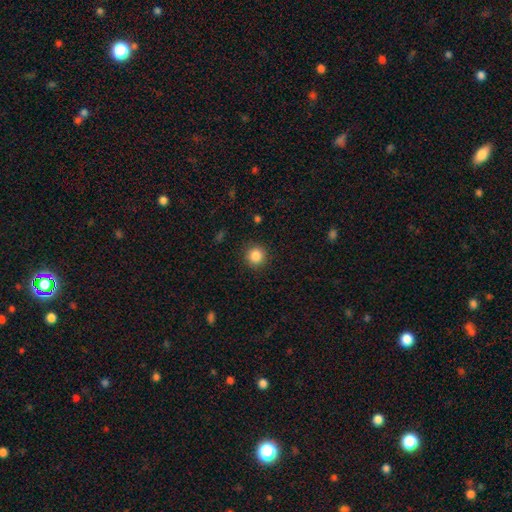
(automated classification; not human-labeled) Smooth or featured? Predicted: smooth (p=0.86). How rounded? Predicted: round (p=0.94). Merging? Predicted: none (p=0.90).